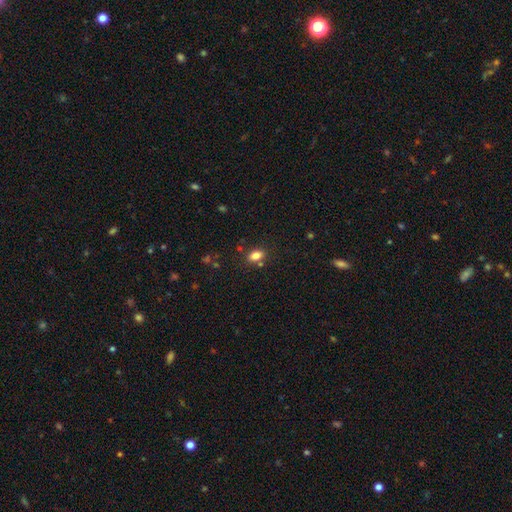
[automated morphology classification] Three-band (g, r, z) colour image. It shows a smooth galaxy with no disk features (82%) that is in between round and cigar-shaped (84%). Merging: none (75%).